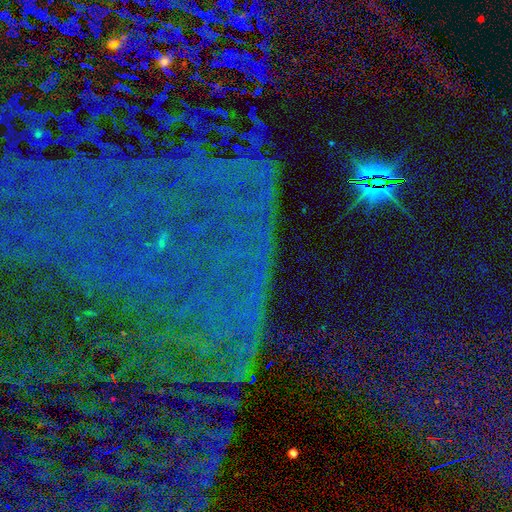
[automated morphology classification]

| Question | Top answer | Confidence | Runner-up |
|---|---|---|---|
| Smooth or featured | star or artifact | 83% | smooth (8%) |